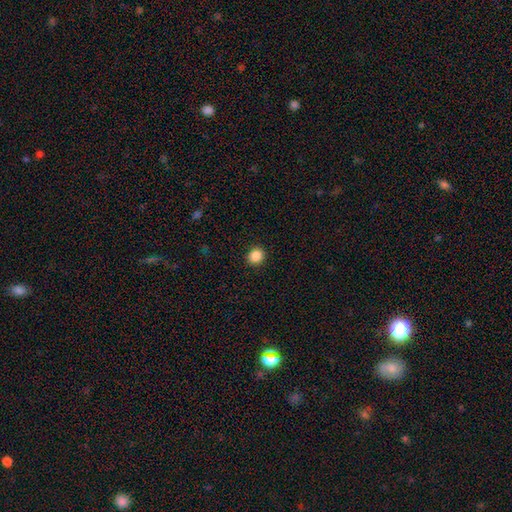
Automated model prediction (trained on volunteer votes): This is clearly a smooth galaxy (87%). How rounded: clearly round (88%). Merging: clearly none (92%).